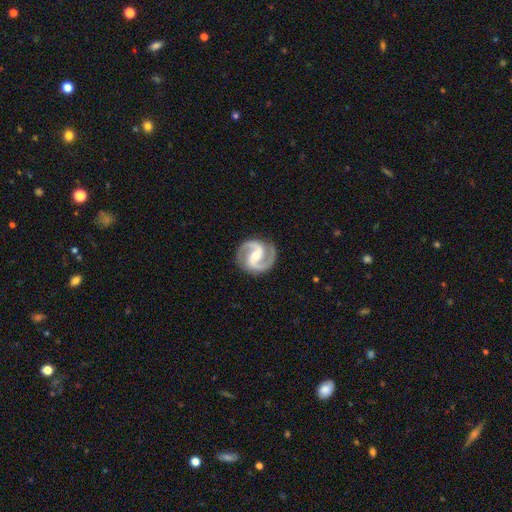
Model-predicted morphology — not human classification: featured or disk 93%, star or artifact 4%, smooth 3%. Down the decision tree: edge-on disk — no (98%); bar — weak (42%); spiral arms — yes (99%); spiral arm count — 2 (94%); spiral winding — medium (62%); bulge size — moderate (53%); merging — none (88%).